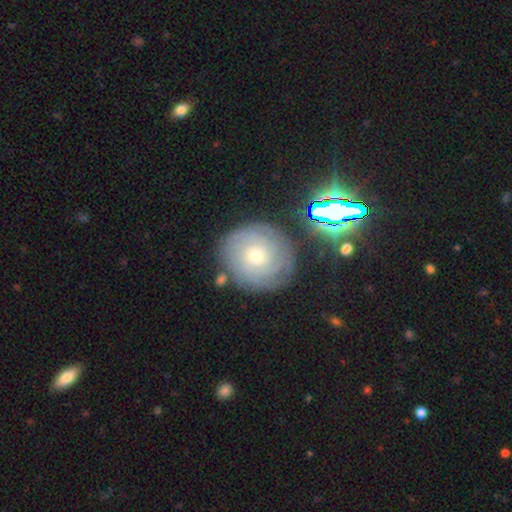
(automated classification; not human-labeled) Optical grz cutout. It shows a featured or disk galaxy (59%) with no bar (82%), spiral arms (86%) and a small central bulge (51%). Merging: none (78%).